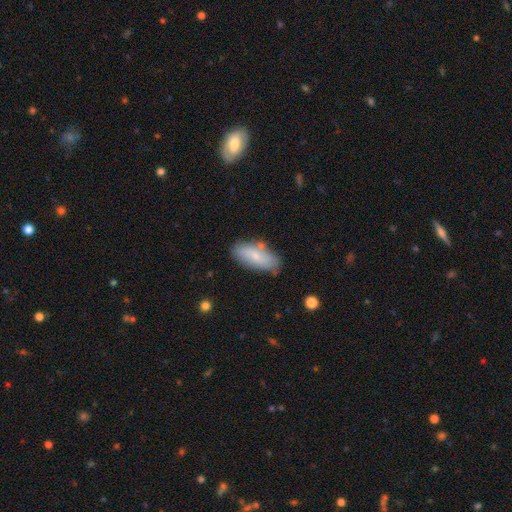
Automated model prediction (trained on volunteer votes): A smooth galaxy with no disk features (68%) that is in between round and cigar-shaped (84%).

Vote fractions:
- Smooth or featured? smooth: 68% / featured or disk: 25% / star or artifact: 6%
- How rounded? in between: 84% / cigar-shaped: 14% / round: 2%
- Merging? none: 74% / minor disturbance: 17% / merger: 5% / major disturbance: 4%